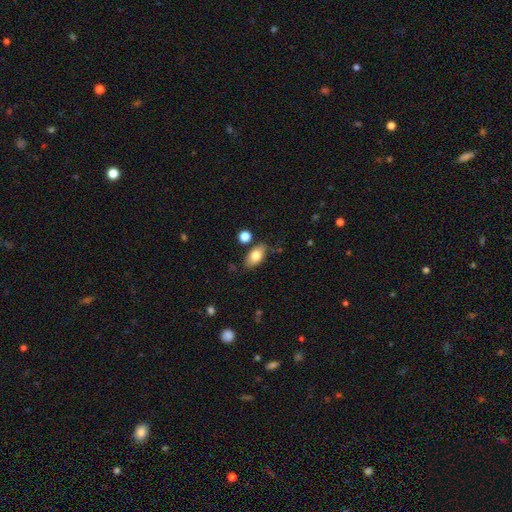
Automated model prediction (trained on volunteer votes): Smooth or featured: smooth — 77% (featured or disk — 15%)
How rounded: in between — 90% (round — 6%)
Merging: none — 75% (minor disturbance — 16%)